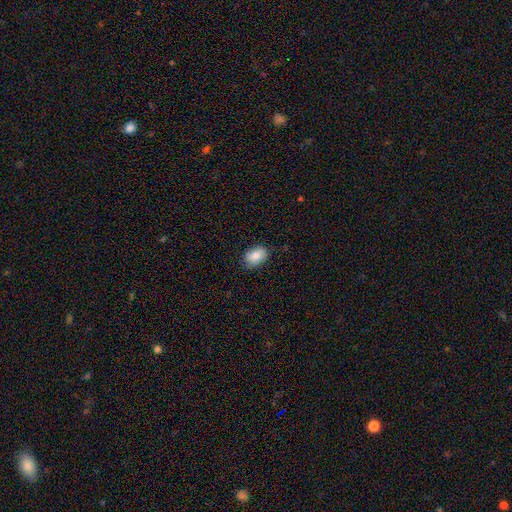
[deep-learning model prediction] This appears to be a smooth galaxy with no disk features (80%) that is in between round and cigar-shaped (82%). Merging: none (79%).